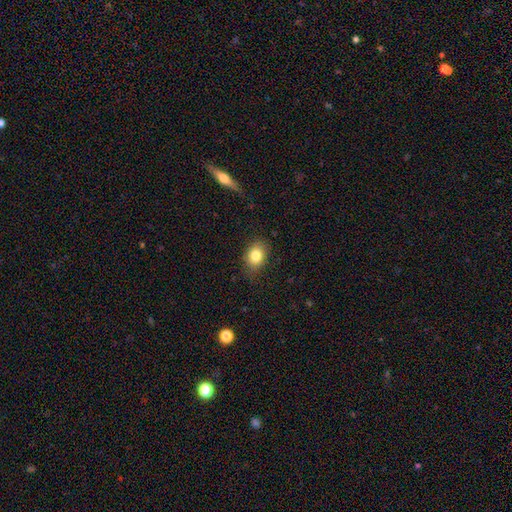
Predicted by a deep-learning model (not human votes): Smooth or featured?
  - smooth: 81% *
  - star or artifact: 10%
  - featured or disk: 9%
How rounded?
  - in between: 65% *
  - round: 34%
  - cigar-shaped: 1%
Merging?
  - none: 80% *
  - minor disturbance: 15%
  - major disturbance: 4%
  - merger: 1%